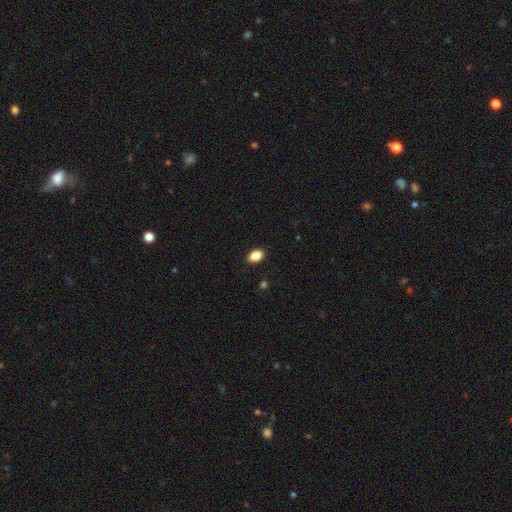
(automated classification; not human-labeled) The model was most divided on "how rounded": in between: 87%, round: 11%, cigar-shaped: 2%. More confident: merging — none (90%); smooth or featured — smooth (87%).